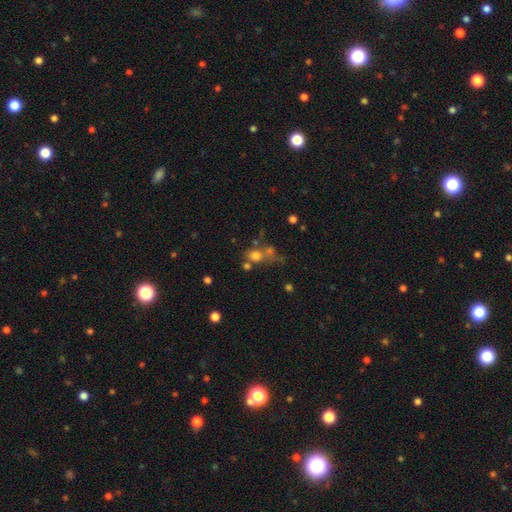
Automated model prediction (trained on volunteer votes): Smooth or featured? Predicted: smooth (p=0.67). How rounded? Predicted: round (p=0.65). Merging? Predicted: none (p=0.39).